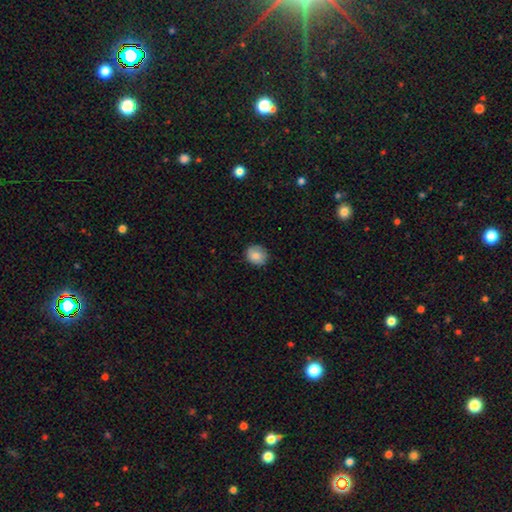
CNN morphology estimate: smooth-or-featured: smooth: 82% | featured or disk: 10% | star or artifact: 8%
  how-rounded: round: 77% | in between: 22% | cigar-shaped: 1%
  merging: none: 83% | minor disturbance: 13% | major disturbance: 2% | merger: 1%